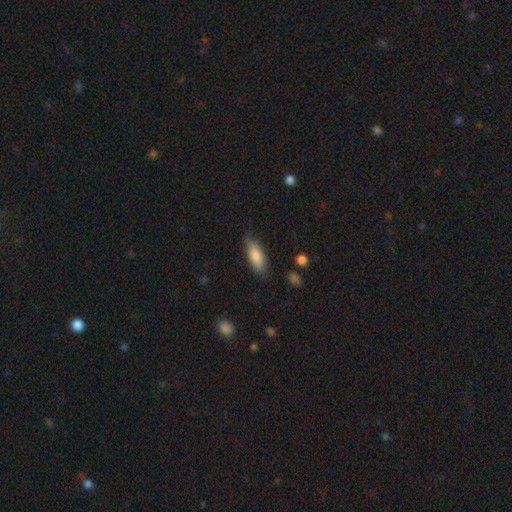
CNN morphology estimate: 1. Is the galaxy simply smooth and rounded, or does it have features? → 82% smooth, 12% featured or disk, 6% star or artifact.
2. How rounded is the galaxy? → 75% in between, 23% cigar-shaped, 2% round.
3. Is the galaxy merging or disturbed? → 75% none, 20% minor disturbance, 4% major disturbance, 2% merger.